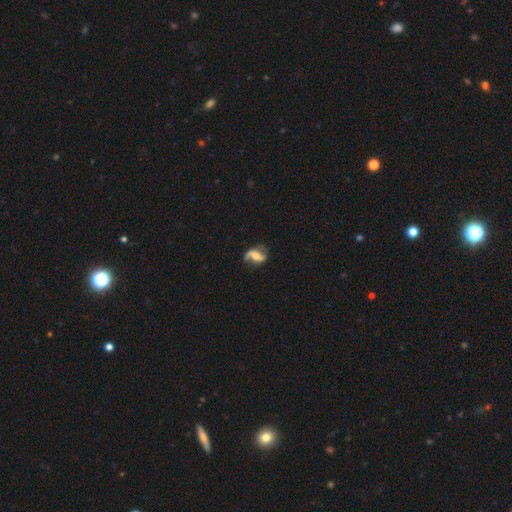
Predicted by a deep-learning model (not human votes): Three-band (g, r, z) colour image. It shows a featured or disk galaxy (81%) with a weak bar (41%), 2 (88%) loose (63%) spiral arms (94%) and a moderate central bulge (41%). Merging: none (70%).